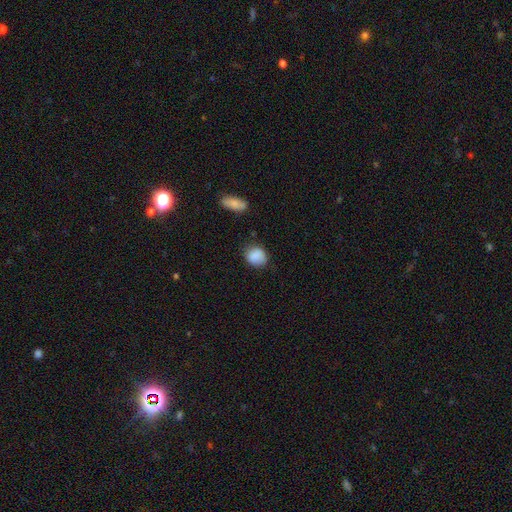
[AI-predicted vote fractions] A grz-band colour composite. It shows a smooth galaxy with no disk features (86%) that is round (64%). Merging: none (70%).